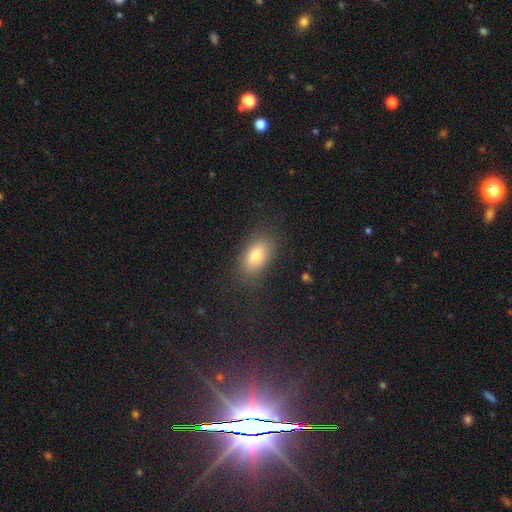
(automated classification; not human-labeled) smooth-or-featured: smooth: 80% | featured or disk: 11% | star or artifact: 9%
  how-rounded: in between: 89% | round: 7% | cigar-shaped: 4%
  merging: none: 80% | minor disturbance: 13% | major disturbance: 5% | merger: 1%